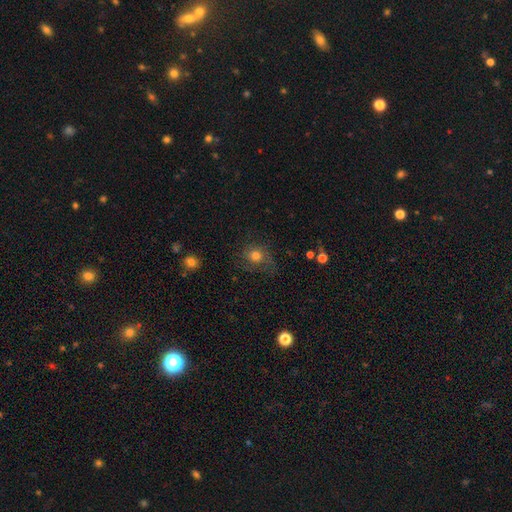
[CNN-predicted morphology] This is possibly a smooth galaxy (58%). How rounded: likely round (76%). Merging: likely none (61%).